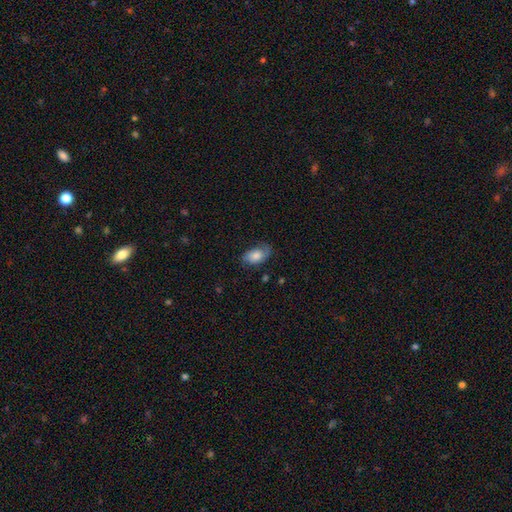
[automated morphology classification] This is likely a smooth galaxy (62%). How rounded: clearly in between (90%). Merging: possibly none (59%).